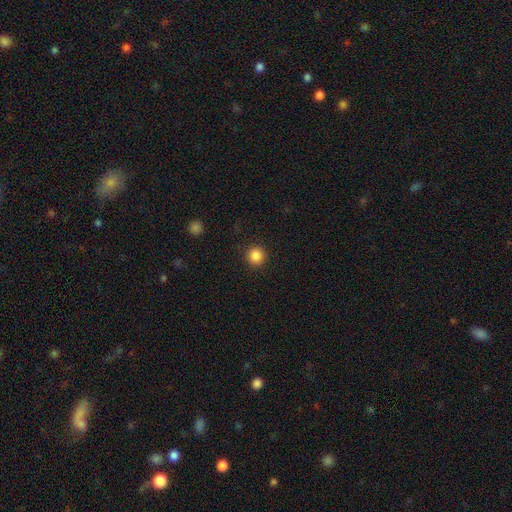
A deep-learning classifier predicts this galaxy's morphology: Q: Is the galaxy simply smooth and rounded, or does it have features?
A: smooth — 86%.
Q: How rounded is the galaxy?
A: round — 94%.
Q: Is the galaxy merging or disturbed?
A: none — 92%.